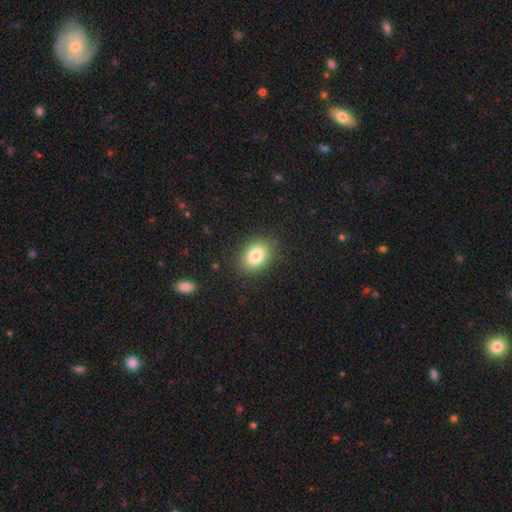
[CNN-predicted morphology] This appears to be a smooth galaxy with no disk features (82%) that is in between round and cigar-shaped (74%). Merging: none (86%).